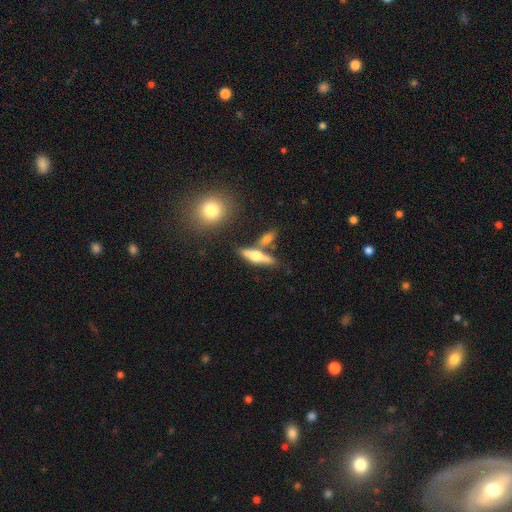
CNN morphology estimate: This is possibly a featured or disk galaxy (53%). It is clearly viewed edge-on (91%). Merging: likely none (63%).